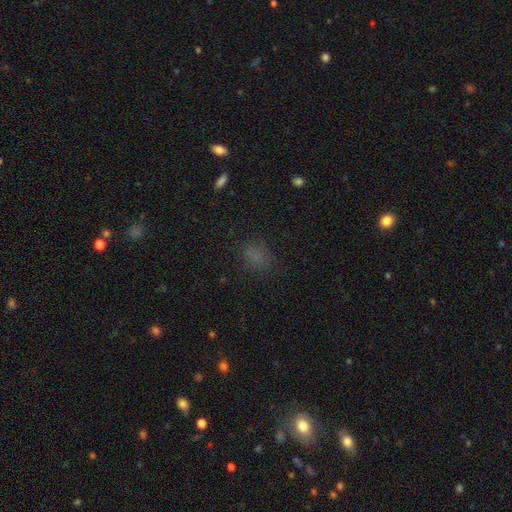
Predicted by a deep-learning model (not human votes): Smooth or featured?
  - smooth: 72% *
  - star or artifact: 21%
  - featured or disk: 7%
How rounded?
  - in between: 57% *
  - round: 40%
  - cigar-shaped: 2%
Merging?
  - none: 76% *
  - minor disturbance: 15%
  - major disturbance: 7%
  - merger: 2%